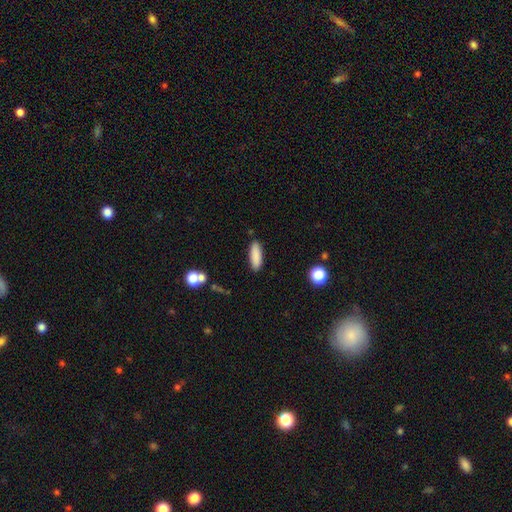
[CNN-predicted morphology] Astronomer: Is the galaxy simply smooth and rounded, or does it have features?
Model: smooth — 87%.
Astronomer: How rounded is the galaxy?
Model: in between — 53% (runner-up: cigar-shaped, 45%).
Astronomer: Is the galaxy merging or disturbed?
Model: none — 88%.